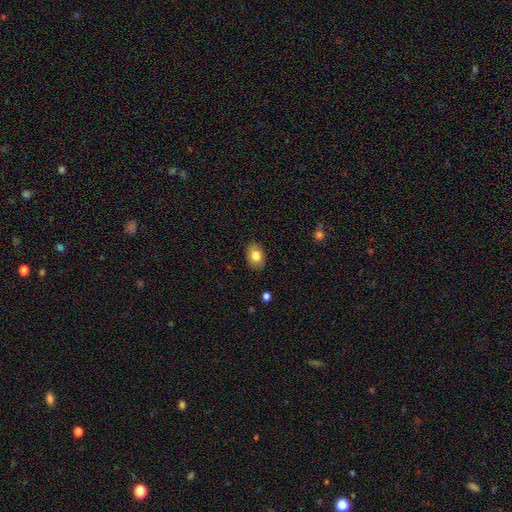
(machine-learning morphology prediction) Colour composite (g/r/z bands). It shows a smooth galaxy with no disk features (81%) that is in between round and cigar-shaped (74%). Merging: none (87%).